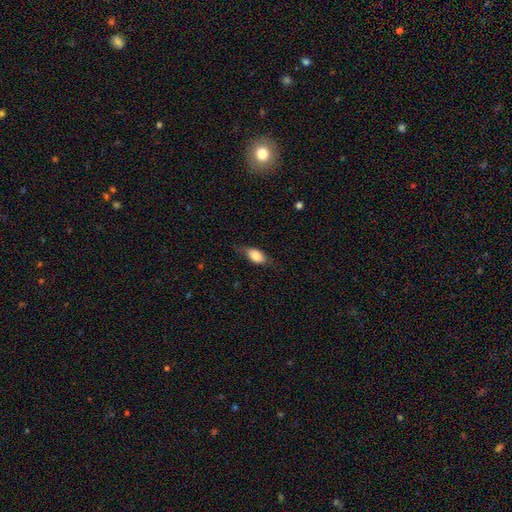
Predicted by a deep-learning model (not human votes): smooth 73%, featured or disk 20%, star or artifact 7%. Down the decision tree: how rounded — in between (84%); merging — none (64%).